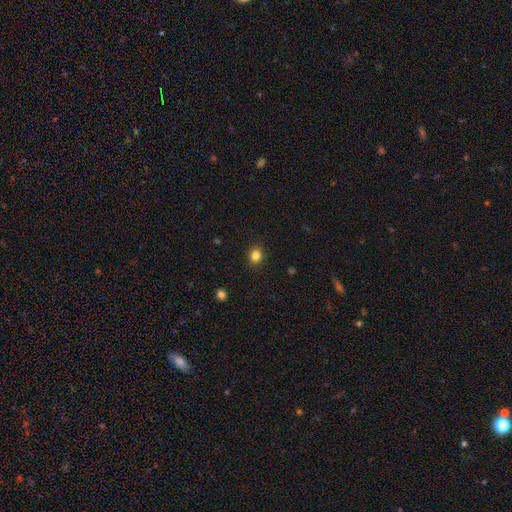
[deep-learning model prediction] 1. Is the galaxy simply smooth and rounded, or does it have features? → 83% smooth, 12% star or artifact, 5% featured or disk.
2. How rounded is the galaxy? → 76% round, 24% in between, 1% cigar-shaped.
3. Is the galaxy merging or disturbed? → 90% none, 7% minor disturbance, 2% major disturbance, 1% merger.